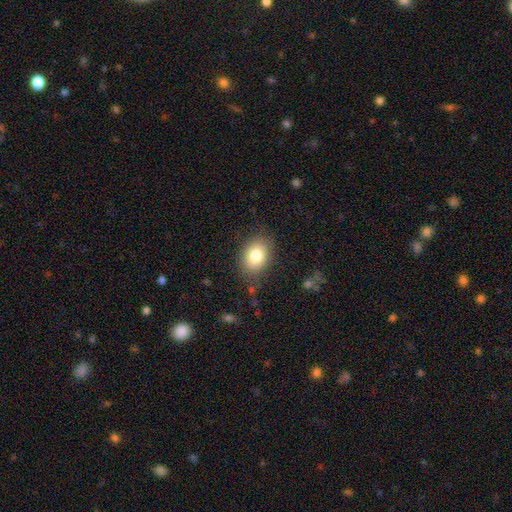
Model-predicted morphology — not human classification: A smooth galaxy with no disk features (81%) that is in between round and cigar-shaped (74%).

Vote fractions:
- Smooth or featured? smooth: 81% / featured or disk: 11% / star or artifact: 9%
- How rounded? in between: 74% / round: 25% / cigar-shaped: 1%
- Merging? none: 81% / minor disturbance: 13% / major disturbance: 4% / merger: 2%